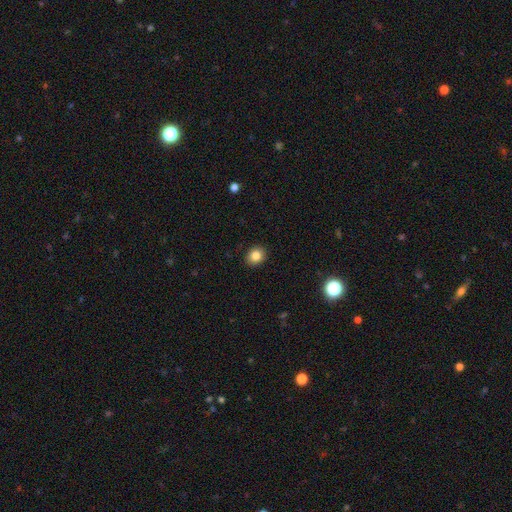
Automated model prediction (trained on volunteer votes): This appears to be a smooth galaxy with no disk features (83%) that is round (64%). Merging: none (91%).